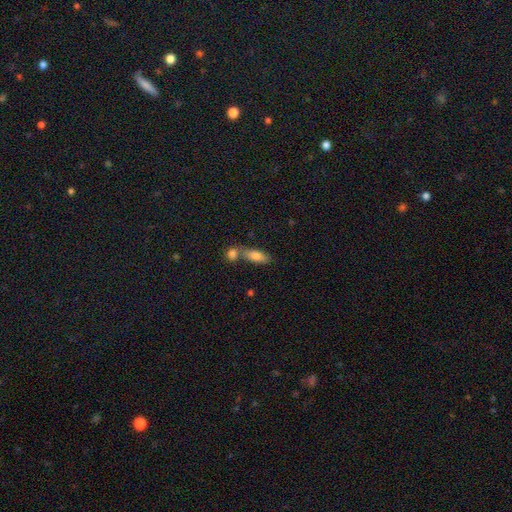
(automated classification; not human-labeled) Smooth or featured?
  - smooth: 80% *
  - featured or disk: 13%
  - star or artifact: 7%
How rounded?
  - in between: 74% *
  - cigar-shaped: 23%
  - round: 3%
Merging?
  - none: 47% *
  - merger: 40%
  - minor disturbance: 10%
  - major disturbance: 3%